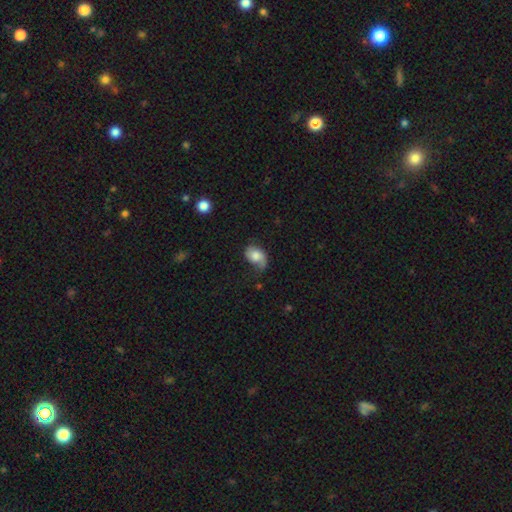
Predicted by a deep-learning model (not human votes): The model was most divided on "merging": none: 42%, minor disturbance: 36%, major disturbance: 20%, merger: 2%. More confident: how rounded — in between (81%); smooth or featured — smooth (64%).